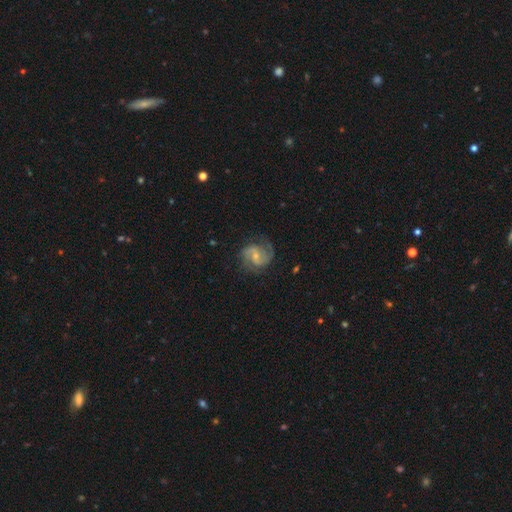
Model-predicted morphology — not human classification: Smooth or featured?
  - featured or disk: 84% *
  - smooth: 10%
  - star or artifact: 6%
Edge-on disk?
  - no: 98% *
  - yes: 2%
Bar?
  - weak: 52% *
  - no: 36%
  - strong: 13%
Spiral arms?
  - yes: 96% *
  - no: 4%
Spiral winding?
  - medium: 53% *
  - loose: 24%
  - tight: 23%
Spiral arm count?
  - 2: 82% *
  - can't tell: 6%
  - 3: 5%
  - 1: 2%
  - 4: 2%
  - more than 4: 2%
Bulge size?
  - small: 59% *
  - moderate: 35%
  - none: 4%
  - large: 1%
  - dominant: 1%
Merging?
  - none: 72% *
  - minor disturbance: 18%
  - major disturbance: 9%
  - merger: 1%